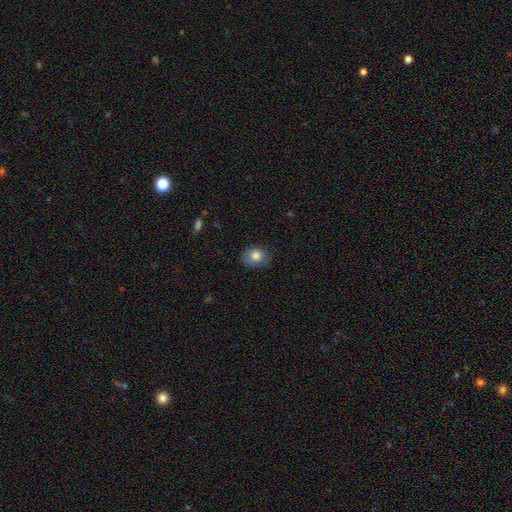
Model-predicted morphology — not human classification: smooth 81%, featured or disk 10%, star or artifact 9%. Down the decision tree: how rounded — round (55%); merging — none (80%).